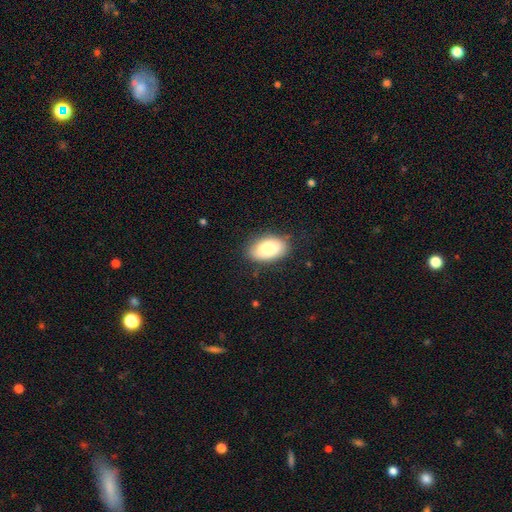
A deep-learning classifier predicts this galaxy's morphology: Q: Smooth or featured?
A: smooth (76%); runner-up: star or artifact (14%)
Q: How rounded?
A: in between (90%); runner-up: round (7%)
Q: Merging?
A: none (88%); runner-up: minor disturbance (8%)